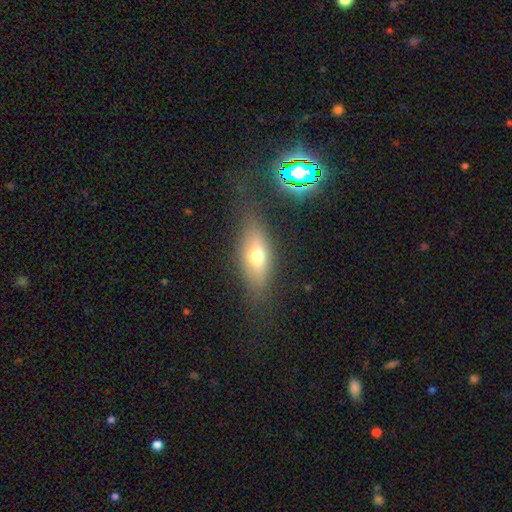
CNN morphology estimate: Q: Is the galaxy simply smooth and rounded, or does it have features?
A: smooth — 60%.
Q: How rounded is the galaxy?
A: in between — 71%.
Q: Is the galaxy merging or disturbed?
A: none — 75%.